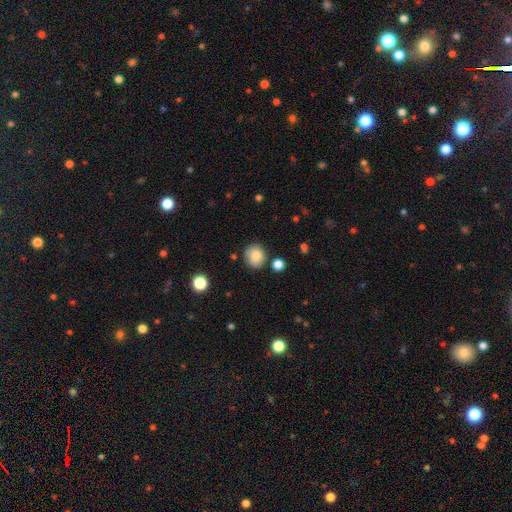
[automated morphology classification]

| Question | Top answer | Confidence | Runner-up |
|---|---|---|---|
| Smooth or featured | smooth | 83% | star or artifact (9%) |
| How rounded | round | 82% | in between (17%) |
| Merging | none | 79% | minor disturbance (13%) |